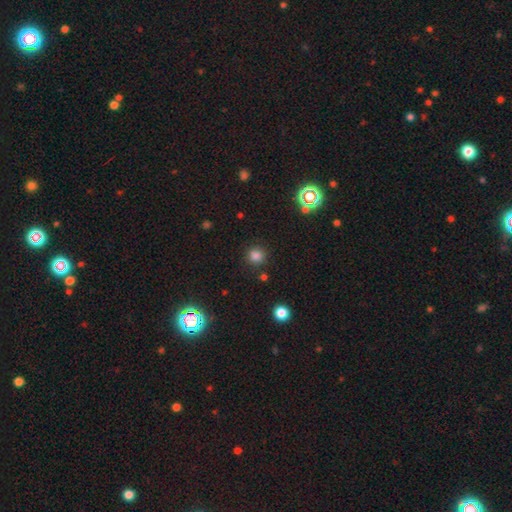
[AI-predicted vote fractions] This appears to be a smooth galaxy with no disk features (79%) that is round (92%). Merging: none (87%).